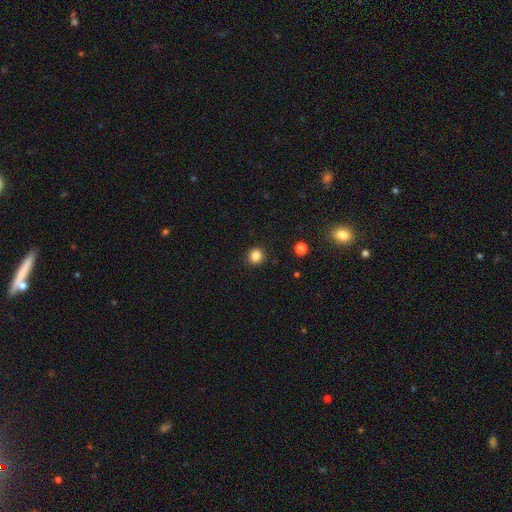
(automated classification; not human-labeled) This appears to be a smooth galaxy with no disk features (85%) that is round (91%). Merging: none (90%).